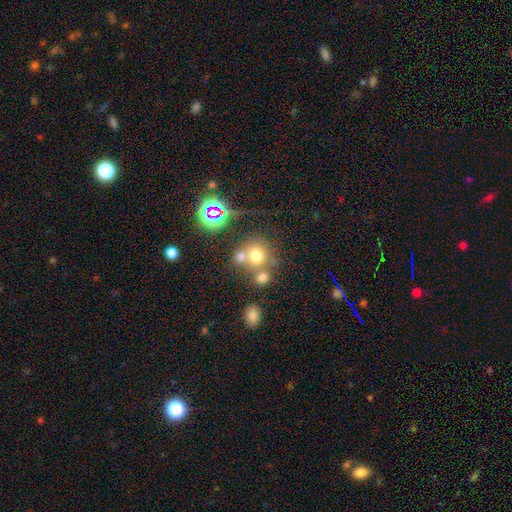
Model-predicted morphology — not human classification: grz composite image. It shows a smooth galaxy with no disk features (66%) that is round (82%). Merging: none (47%).